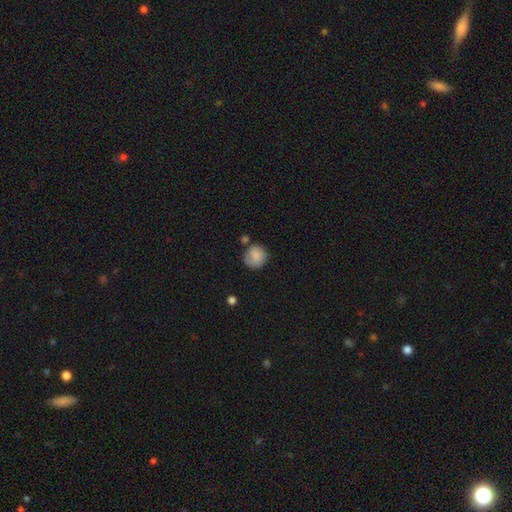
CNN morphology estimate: smooth-or-featured: smooth: 76% | featured or disk: 16% | star or artifact: 8%
  how-rounded: round: 86% | in between: 13% | cigar-shaped: 1%
  merging: none: 61% | minor disturbance: 23% | merger: 9% | major disturbance: 8%